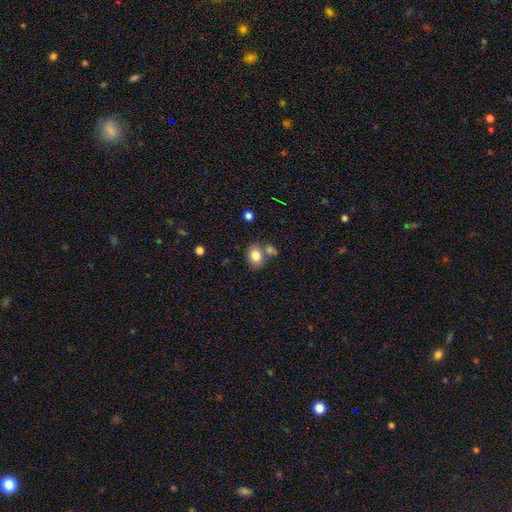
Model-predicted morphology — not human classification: type=smooth (82%); roundness=round (50%); merging=none (64%).